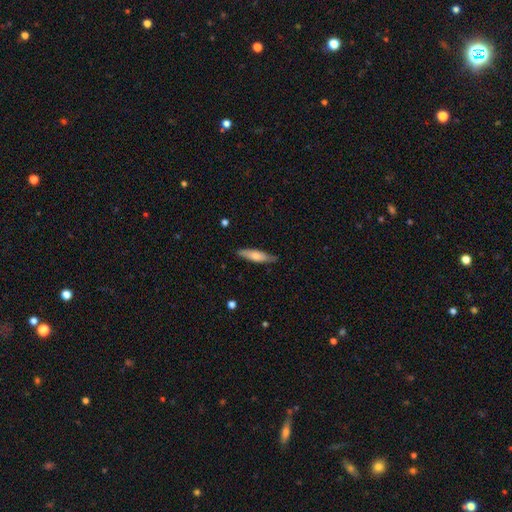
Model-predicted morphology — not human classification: type=smooth (66%); roundness=cigar-shaped (71%); merging=none (80%).